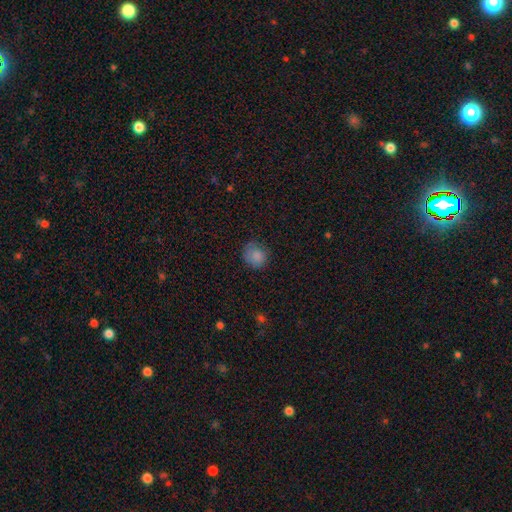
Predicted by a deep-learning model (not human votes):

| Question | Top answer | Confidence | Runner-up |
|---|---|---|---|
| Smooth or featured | smooth | 84% | star or artifact (10%) |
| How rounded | round | 81% | in between (18%) |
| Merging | none | 75% | minor disturbance (19%) |